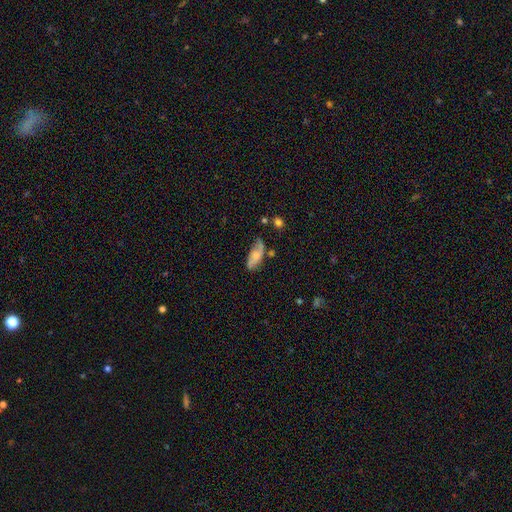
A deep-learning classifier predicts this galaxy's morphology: This appears to be a smooth galaxy with no disk features (56%) that is in between round and cigar-shaped (78%). Merging: none (56%).